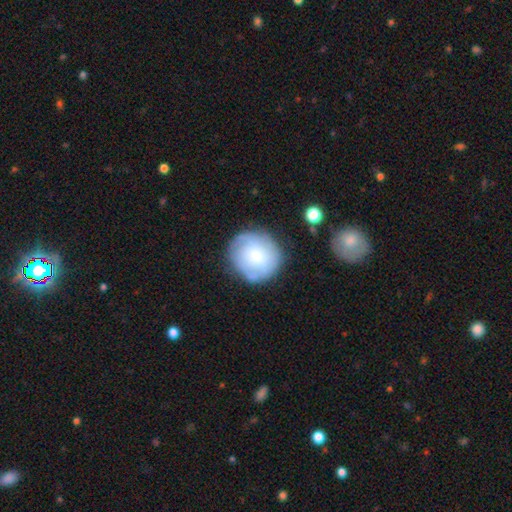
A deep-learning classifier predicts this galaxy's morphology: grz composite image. It shows a smooth galaxy with no disk features (53%) that is round (89%). Merging: none (75%).